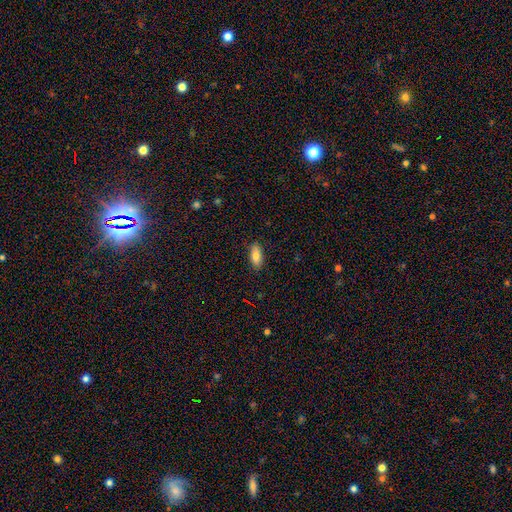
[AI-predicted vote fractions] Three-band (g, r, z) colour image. It shows a smooth galaxy with no disk features (82%) that is in between round and cigar-shaped (84%). Merging: none (88%).